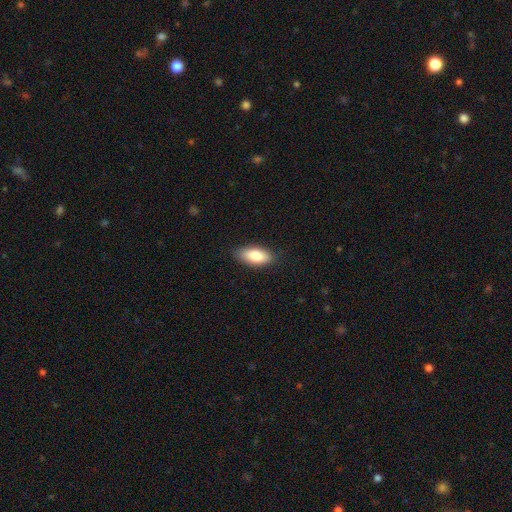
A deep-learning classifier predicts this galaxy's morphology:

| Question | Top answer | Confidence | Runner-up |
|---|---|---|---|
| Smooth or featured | smooth | 84% | featured or disk (10%) |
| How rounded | in between | 86% | cigar-shaped (11%) |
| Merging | none | 86% | minor disturbance (11%) |